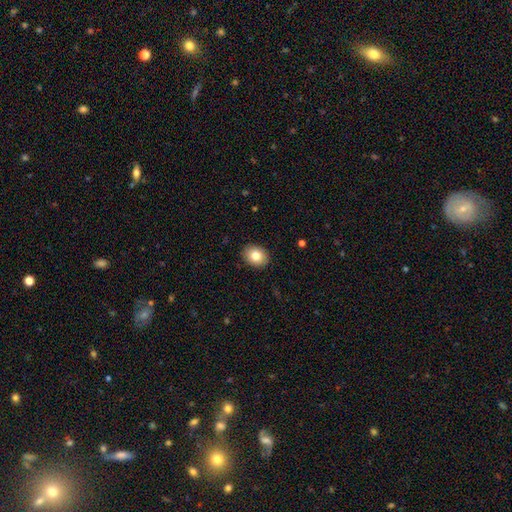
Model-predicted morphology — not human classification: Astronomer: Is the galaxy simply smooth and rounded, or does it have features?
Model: smooth — 82%.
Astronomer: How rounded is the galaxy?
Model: in between — 55% (runner-up: round, 44%).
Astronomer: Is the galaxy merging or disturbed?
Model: none — 90%.